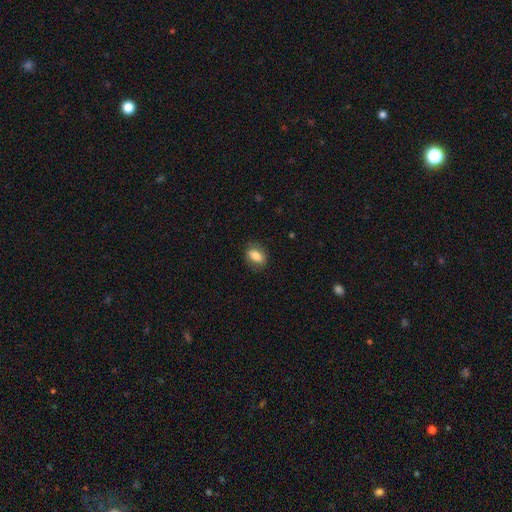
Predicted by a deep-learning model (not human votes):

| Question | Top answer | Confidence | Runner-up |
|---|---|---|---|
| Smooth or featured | smooth | 80% | featured or disk (12%) |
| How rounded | in between | 82% | round (14%) |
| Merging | none | 81% | minor disturbance (14%) |